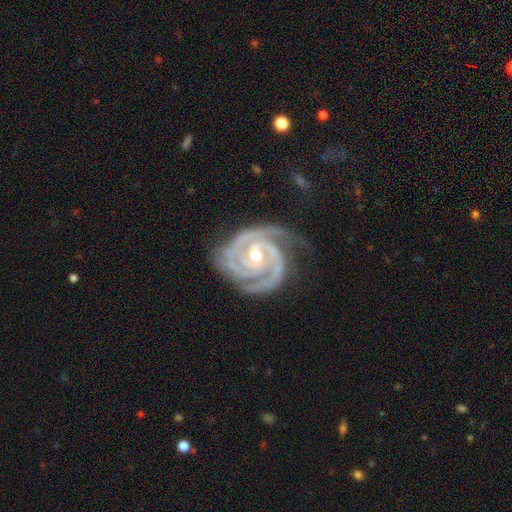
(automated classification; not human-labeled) Q: Smooth or featured?
A: featured or disk (94%); runner-up: star or artifact (4%)
Q: Edge-on disk?
A: no (98%); runner-up: yes (2%)
Q: Bar?
A: no (48%); runner-up: weak (34%)
Q: Spiral arms?
A: yes (99%); runner-up: no (1%)
Q: Spiral winding?
A: tight (80%); runner-up: medium (18%)
Q: Spiral arm count?
A: 3 (46%); runner-up: 2 (31%)
Q: Bulge size?
A: moderate (52%); runner-up: small (45%)
Q: Merging?
A: none (67%); runner-up: minor disturbance (22%)